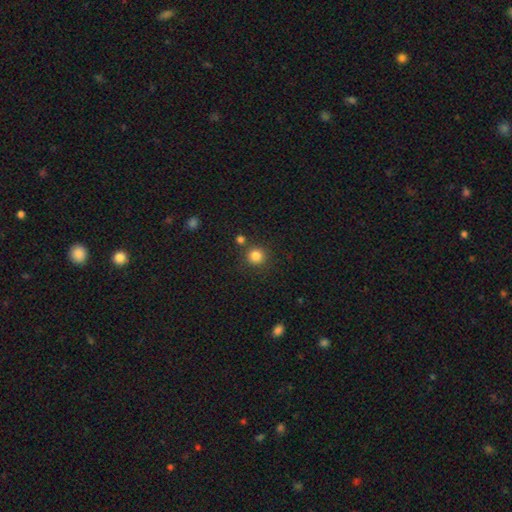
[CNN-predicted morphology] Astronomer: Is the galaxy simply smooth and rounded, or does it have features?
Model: smooth — 83%.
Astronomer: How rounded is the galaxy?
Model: round — 93%.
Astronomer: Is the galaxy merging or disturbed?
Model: none — 83%.